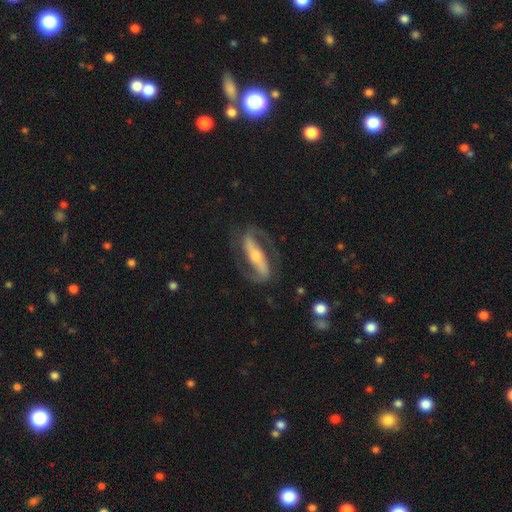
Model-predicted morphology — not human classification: This appears to be a featured or disk galaxy (88%) with a strong bar (72%), 2 (92%) medium (50%) spiral arms (95%) and a moderate central bulge (46%). Merging: none (79%).